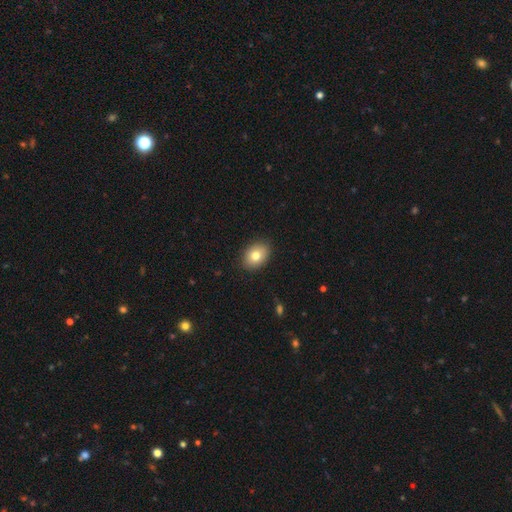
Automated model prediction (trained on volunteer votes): smooth_or_featured: smooth (p=0.79) [alt: featured or disk p=0.13]
how_rounded: in between (p=0.71) [alt: round p=0.28]
merging: none (p=0.88) [alt: minor disturbance p=0.09]